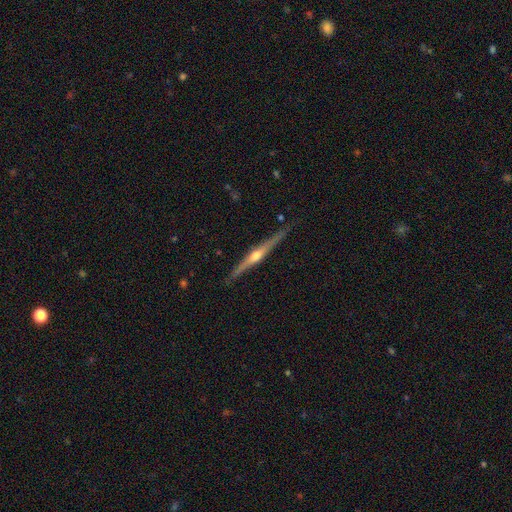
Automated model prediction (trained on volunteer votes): Overall: featured or disk (81%). Edge-on disk: yes (98%). Edge-on bulge: rounded (90%). Merging: none (87%).